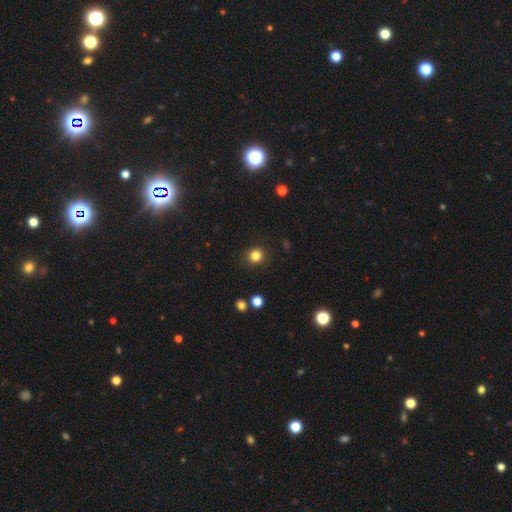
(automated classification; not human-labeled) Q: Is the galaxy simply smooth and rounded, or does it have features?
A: smooth — 84%.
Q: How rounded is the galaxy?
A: round — 89%.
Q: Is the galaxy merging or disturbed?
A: none — 90%.